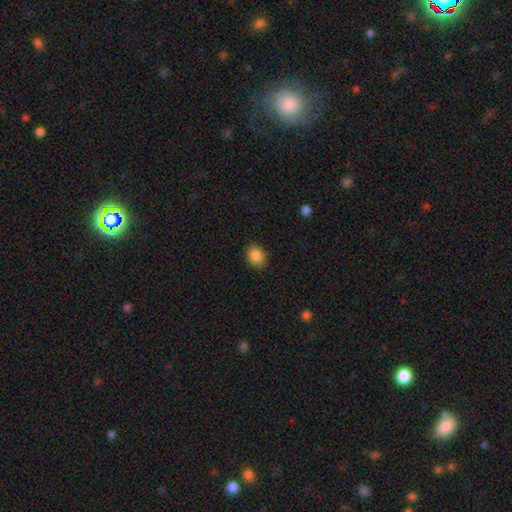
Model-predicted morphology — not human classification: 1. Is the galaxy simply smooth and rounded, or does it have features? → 87% smooth, 9% star or artifact, 4% featured or disk.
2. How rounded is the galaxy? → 50% in between, 49% round, 1% cigar-shaped.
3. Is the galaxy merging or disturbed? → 88% none, 9% minor disturbance, 2% major disturbance, 1% merger.